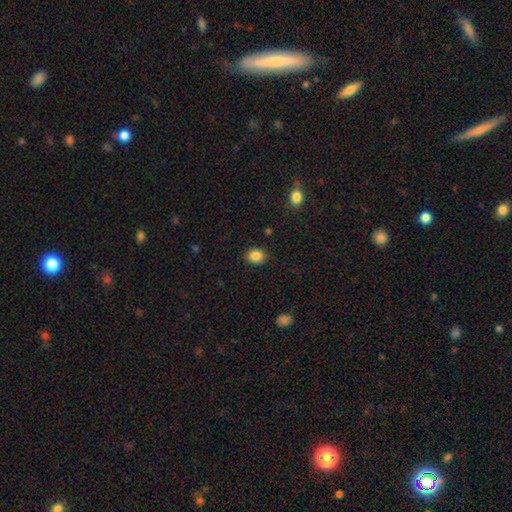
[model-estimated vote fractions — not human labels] This is clearly a smooth galaxy (87%). How rounded: possibly round (54%). Merging: clearly none (87%).